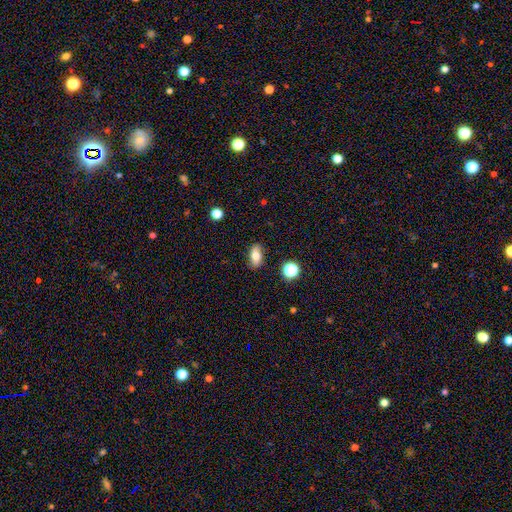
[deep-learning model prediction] A smooth galaxy with no disk features (70%) that is in between round and cigar-shaped (82%). Merging: none (84%).